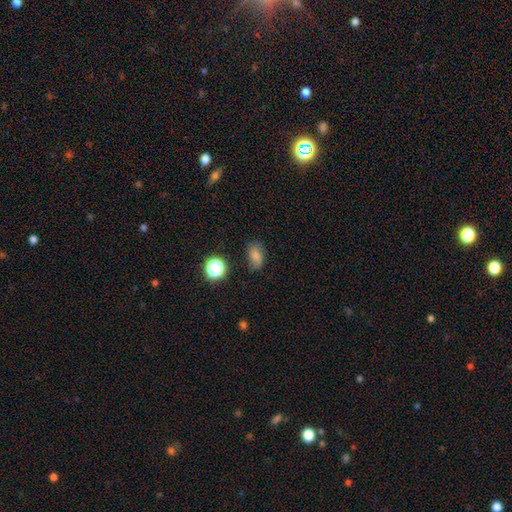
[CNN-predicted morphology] Overall: smooth (75%). How rounded: in between (82%). Merging: none (69%).